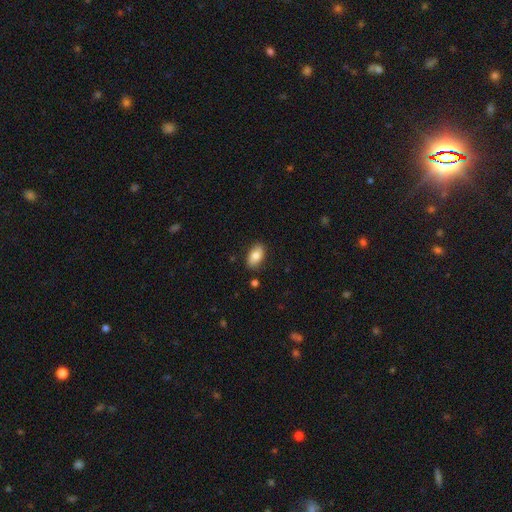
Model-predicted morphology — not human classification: Smooth or featured? smooth (79%)
How rounded? in between (92%)
Merging? none (86%)